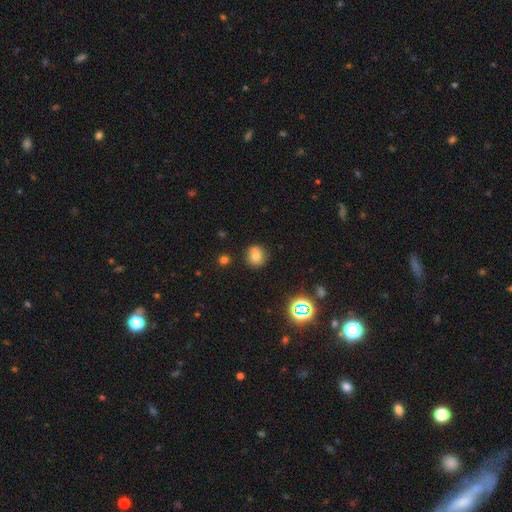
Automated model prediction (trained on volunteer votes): smooth_or_featured: smooth (p=0.71) [alt: star or artifact p=0.16]
how_rounded: round (p=0.88) [alt: in between p=0.11]
merging: none (p=0.74) [alt: minor disturbance p=0.12]